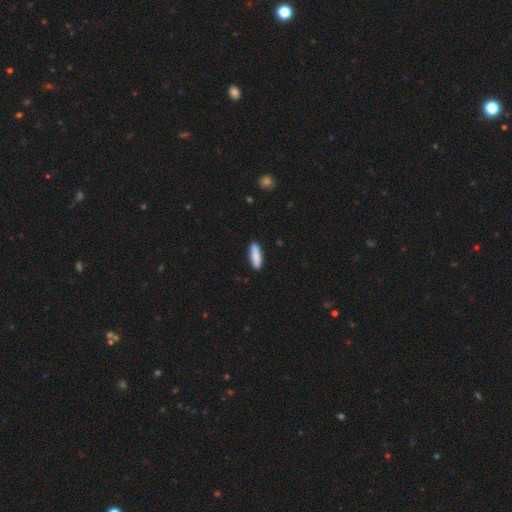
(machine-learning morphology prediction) This is clearly a smooth galaxy (88%). How rounded: likely cigar-shaped (65%). Merging: clearly none (88%).